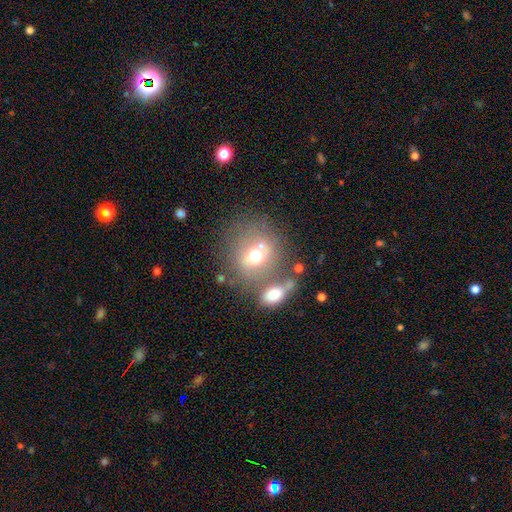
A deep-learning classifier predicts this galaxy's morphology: A smooth galaxy with no disk features (59%) that is round (69%). Merging: none (48%).